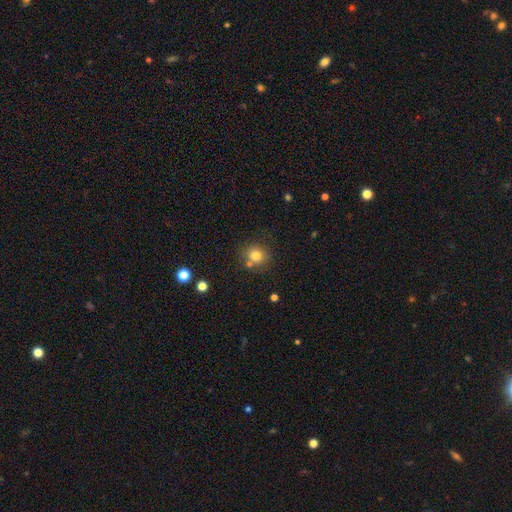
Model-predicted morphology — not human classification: smooth_or_featured: smooth (p=0.78) [alt: star or artifact p=0.13]
how_rounded: round (p=0.86) [alt: in between p=0.13]
merging: none (p=0.73) [alt: merger p=0.13]